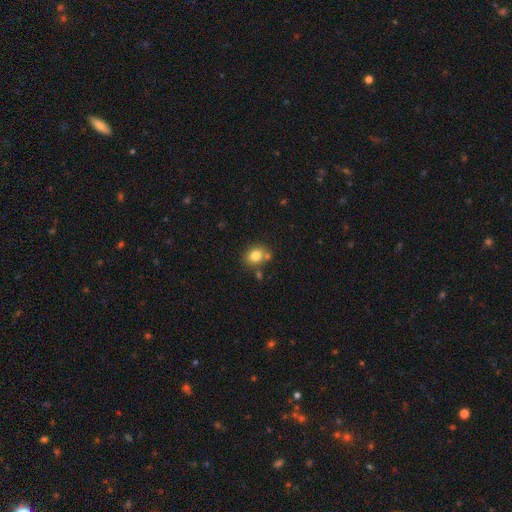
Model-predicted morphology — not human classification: This appears to be a smooth galaxy with no disk features (81%) that is round (55%). Merging: none (68%).